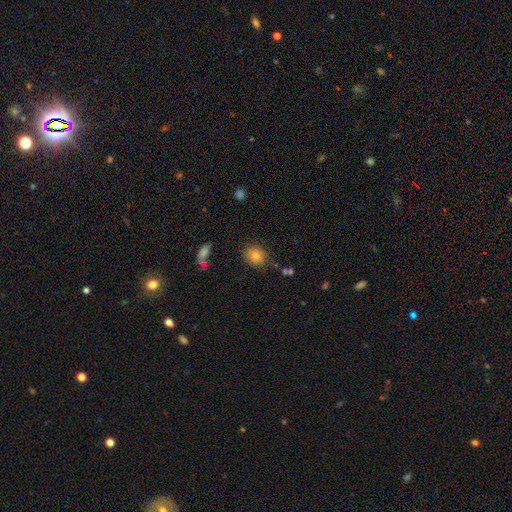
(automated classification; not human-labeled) smooth 78%, featured or disk 11%, star or artifact 11%. Down the decision tree: how rounded — round (63%); merging — none (80%).